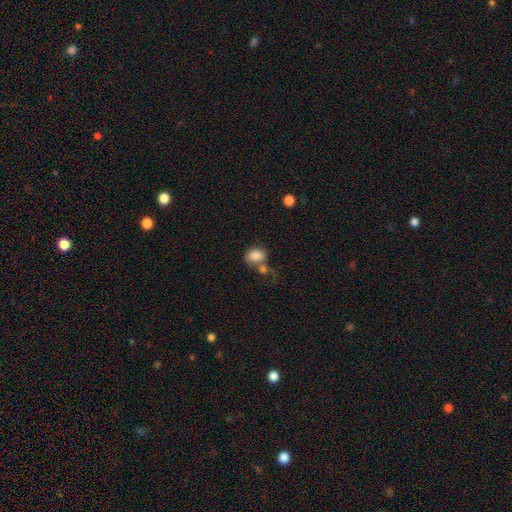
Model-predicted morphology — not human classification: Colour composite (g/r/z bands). It shows a smooth galaxy with no disk features (83%) that is in between round and cigar-shaped (62%). Merging: none (45%).